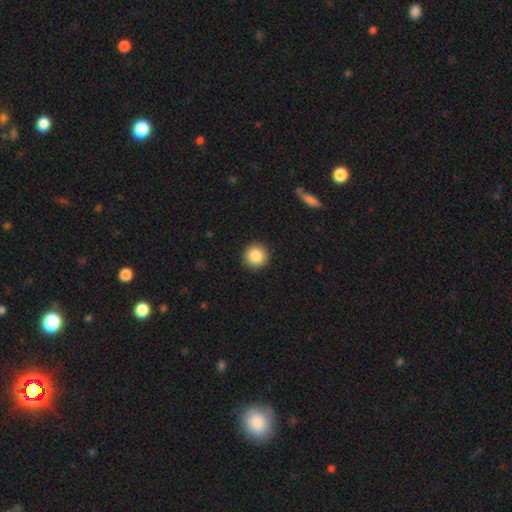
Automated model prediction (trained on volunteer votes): A smooth galaxy with no disk features (86%) that is round (95%). Merging: none (92%).